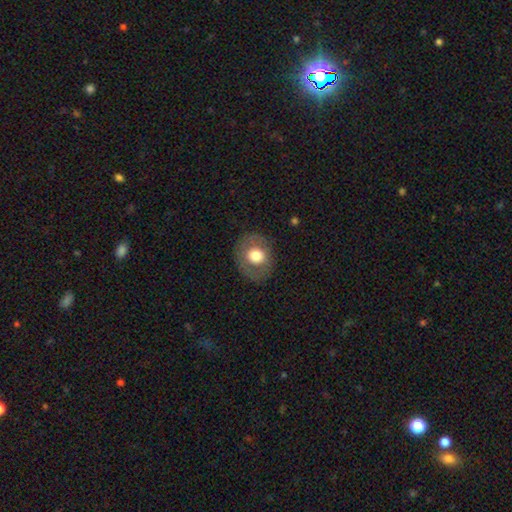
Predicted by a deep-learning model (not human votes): smooth-or-featured: smooth: 64% | featured or disk: 28% | star or artifact: 8%
  how-rounded: round: 68% | in between: 31% | cigar-shaped: 1%
  merging: none: 80% | minor disturbance: 13% | major disturbance: 6% | merger: 1%